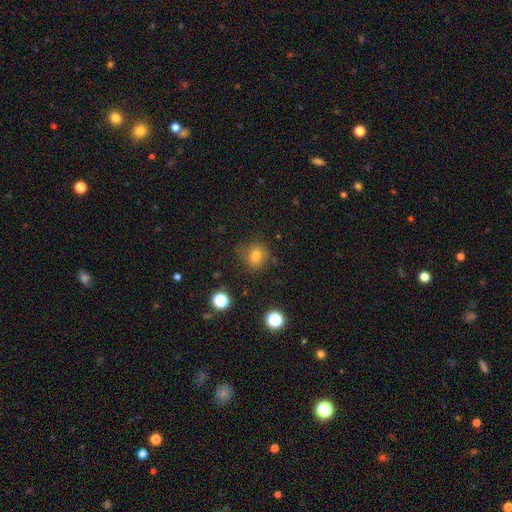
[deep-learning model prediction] A smooth galaxy with no disk features (76%) that is round (74%). Merging: none (75%).